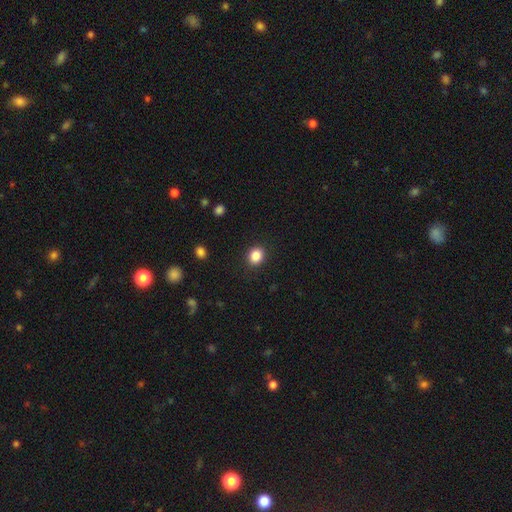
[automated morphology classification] Q: Smooth or featured?
A: smooth (86%); runner-up: star or artifact (10%)
Q: How rounded?
A: round (67%); runner-up: in between (32%)
Q: Merging?
A: none (90%); runner-up: minor disturbance (7%)